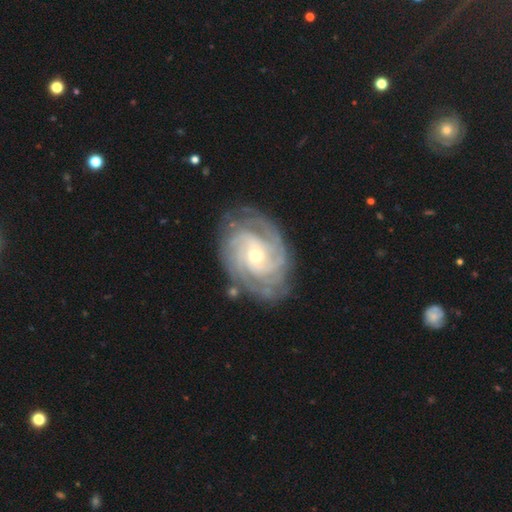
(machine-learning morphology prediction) A featured or disk galaxy (91%) with no bar (66%), 4 (25%) tight (73%) spiral arms (98%) and a small central bulge (58%). Merging: none (79%).